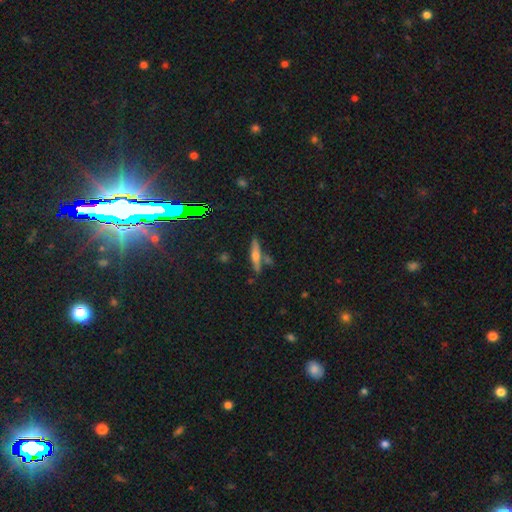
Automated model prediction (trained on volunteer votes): featured or disk 51%, smooth 38%, star or artifact 11%. Down the decision tree: edge-on disk — yes (93%); merging — none (76%).